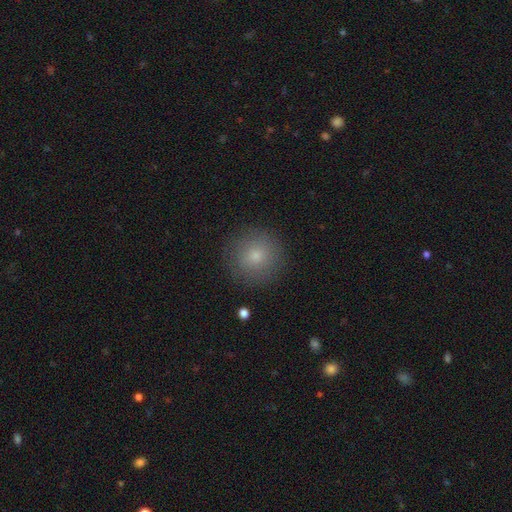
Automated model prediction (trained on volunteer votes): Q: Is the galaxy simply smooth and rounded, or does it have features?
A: smooth — 78%.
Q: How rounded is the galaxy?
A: round — 95%.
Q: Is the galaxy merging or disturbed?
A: none — 88%.